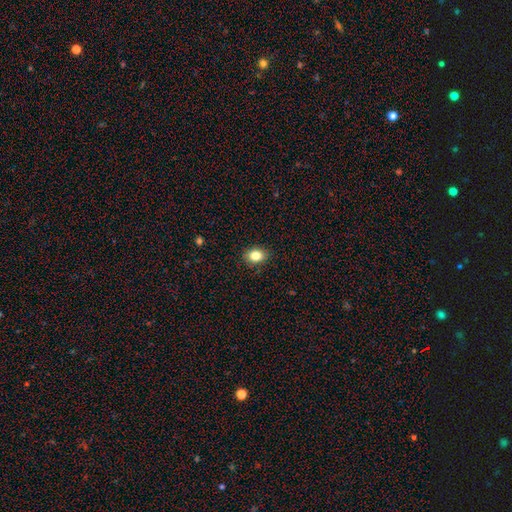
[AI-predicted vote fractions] Smooth or featured? Predicted: smooth (p=0.84). How rounded? Predicted: in between (p=0.64). Merging? Predicted: none (p=0.88).